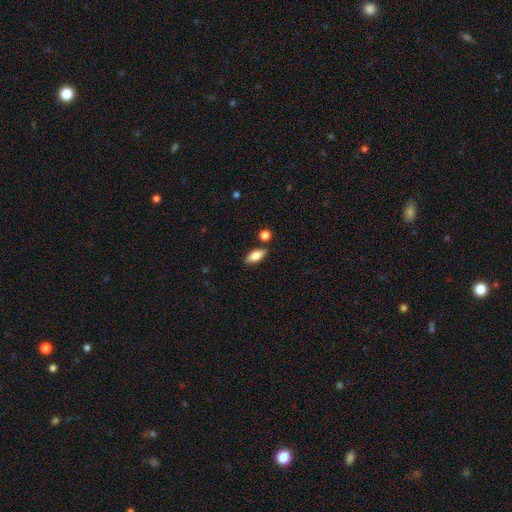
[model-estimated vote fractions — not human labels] A smooth galaxy with no disk features (75%) that is in between round and cigar-shaped (82%). Merging: none (82%).